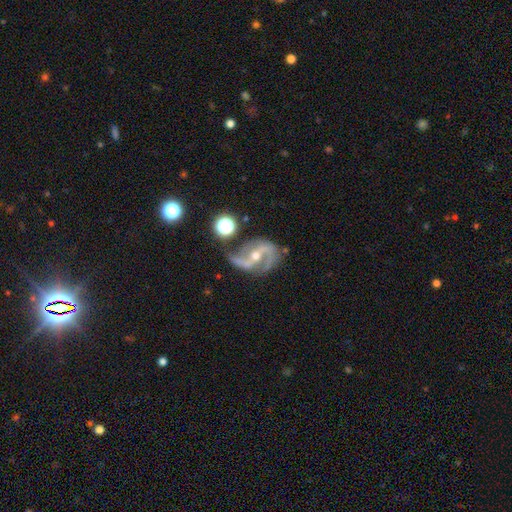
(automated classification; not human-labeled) Smooth or featured: featured or disk — 90% (star or artifact — 6%)
Edge-on disk: no — 97% (yes — 3%)
Bar: strong — 43% (weak — 34%)
Spiral arms: yes — 97% (no — 3%)
Spiral winding: medium — 45% (loose — 44%)
Spiral arm count: 2 — 91% (can't tell — 2%)
Bulge size: moderate — 49% (small — 48%)
Merging: none — 66% (minor disturbance — 20%)